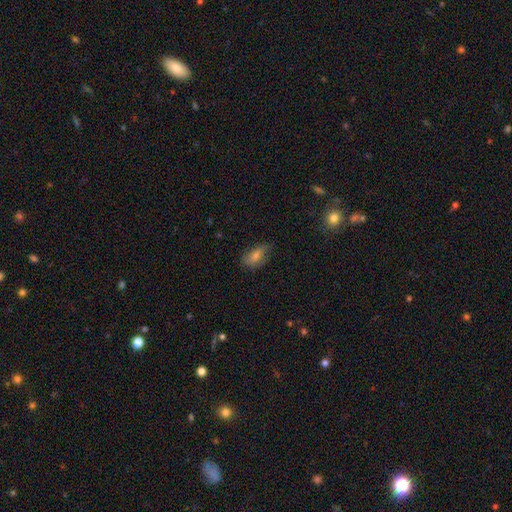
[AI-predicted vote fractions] A smooth galaxy with no disk features (60%) that is in between round and cigar-shaped (81%). Merging: none (69%).